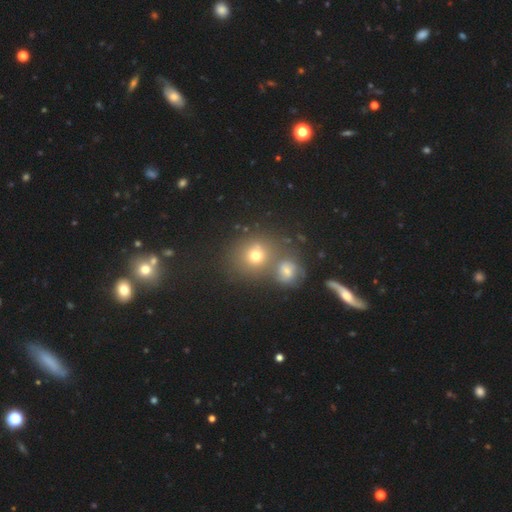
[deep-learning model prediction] The model was most divided on "merging": none: 48%, merger: 39%, minor disturbance: 9%, major disturbance: 4%. More confident: how rounded — round (80%); smooth or featured — smooth (71%).